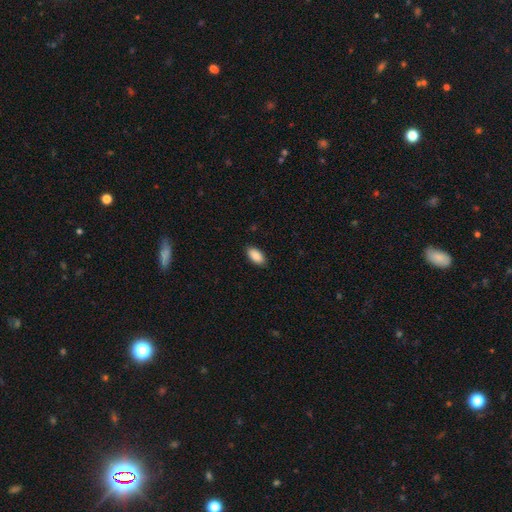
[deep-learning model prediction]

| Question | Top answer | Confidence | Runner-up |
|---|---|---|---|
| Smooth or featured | smooth | 90% | star or artifact (6%) |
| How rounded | in between | 94% | cigar-shaped (3%) |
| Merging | none | 89% | minor disturbance (9%) |